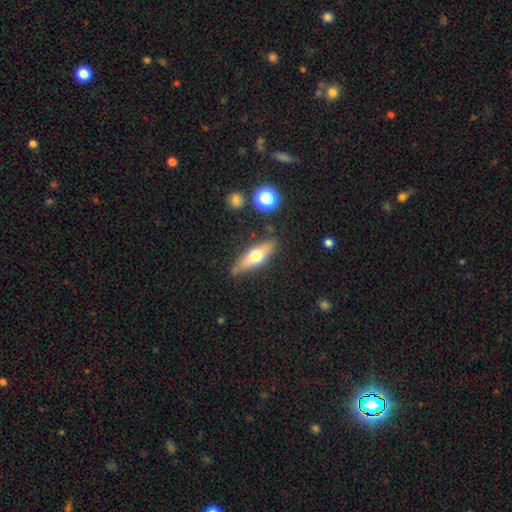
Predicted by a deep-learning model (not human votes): This is possibly a smooth galaxy (49%). Merging: clearly none (81%).